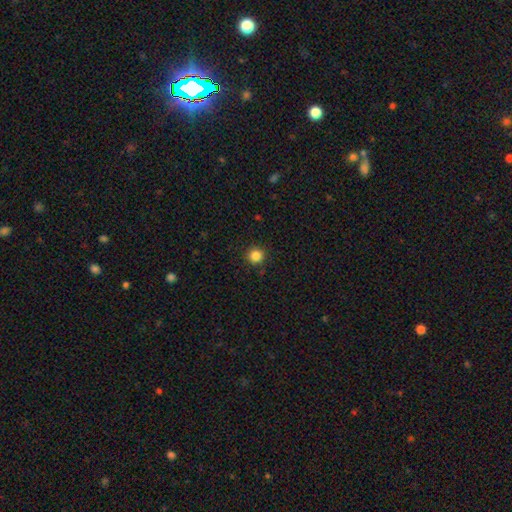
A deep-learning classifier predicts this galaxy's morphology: type=smooth (85%); roundness=round (95%); merging=none (91%).